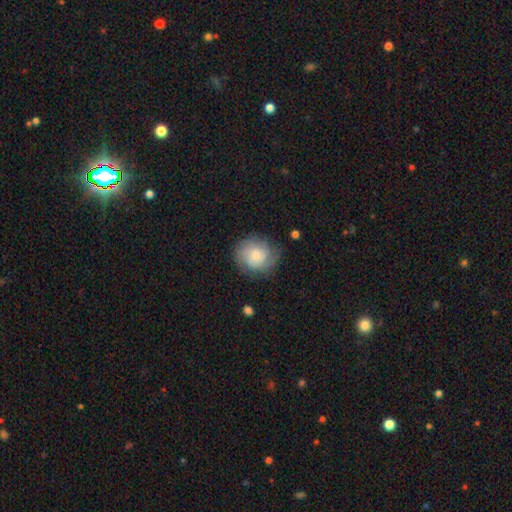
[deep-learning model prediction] Smooth or featured? smooth (51%)
How rounded? round (79%)
Merging? none (74%)